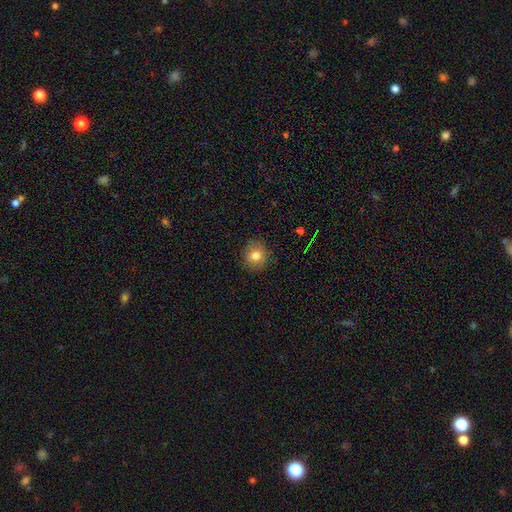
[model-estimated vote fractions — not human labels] This is likely a smooth galaxy (79%). How rounded: clearly round (89%). Merging: clearly none (87%).